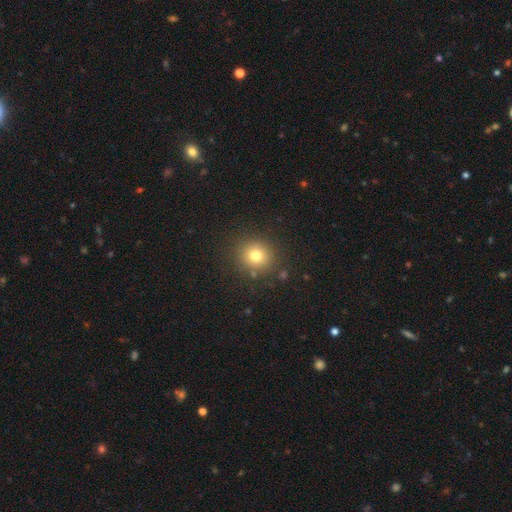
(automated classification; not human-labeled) A smooth galaxy with no disk features (77%) that is round (88%). Merging: none (86%).